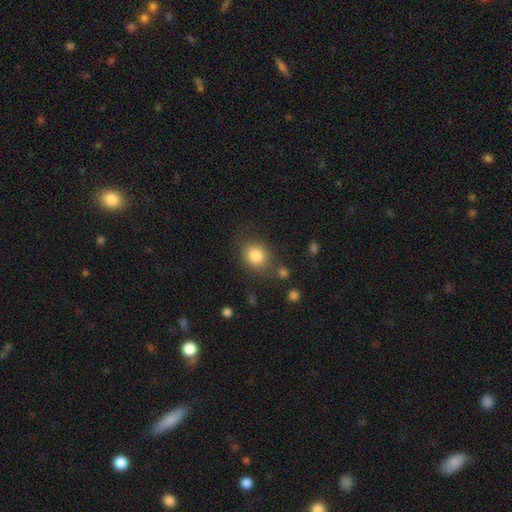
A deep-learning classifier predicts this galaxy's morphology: A smooth galaxy with no disk features (84%) that is round (64%).

Vote fractions:
- Smooth or featured? smooth: 84% / star or artifact: 9% / featured or disk: 7%
- How rounded? round: 64% / in between: 35% / cigar-shaped: 1%
- Merging? none: 74% / minor disturbance: 14% / major disturbance: 6% / merger: 6%